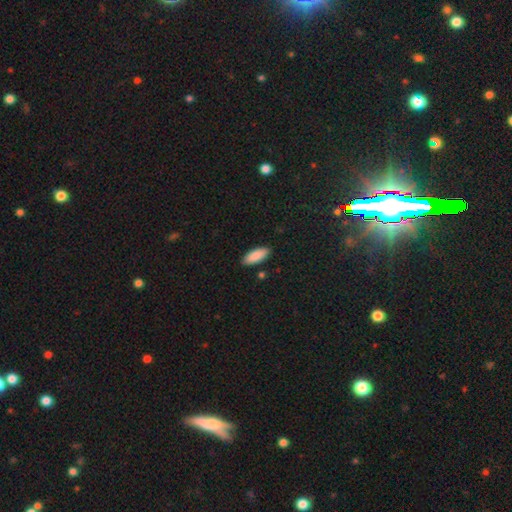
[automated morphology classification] A smooth galaxy with no disk features (88%) that is in between round and cigar-shaped (76%).

Vote fractions:
- Smooth or featured? smooth: 88% / star or artifact: 6% / featured or disk: 6%
- How rounded? in between: 76% / cigar-shaped: 22% / round: 2%
- Merging? none: 87% / minor disturbance: 9% / merger: 2% / major disturbance: 2%